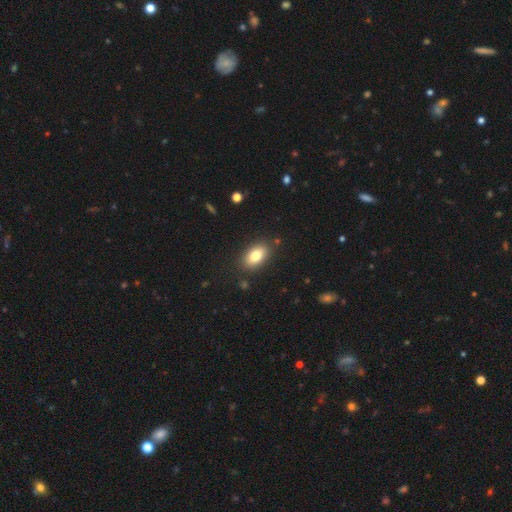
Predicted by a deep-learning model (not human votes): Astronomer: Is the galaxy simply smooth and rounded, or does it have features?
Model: smooth — 80%.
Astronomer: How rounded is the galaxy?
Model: in between — 90%.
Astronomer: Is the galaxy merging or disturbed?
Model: none — 86%.